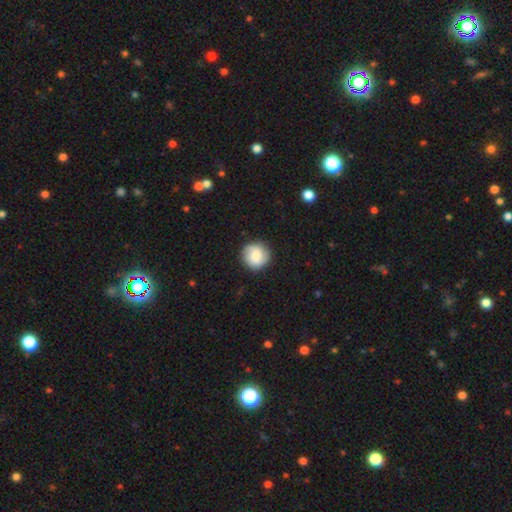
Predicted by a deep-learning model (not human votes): Smooth or featured? smooth (72%)
How rounded? round (93%)
Merging? none (86%)